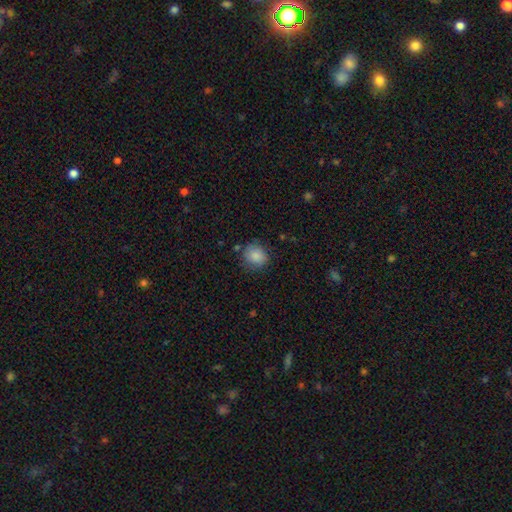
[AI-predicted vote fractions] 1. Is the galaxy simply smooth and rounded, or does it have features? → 86% smooth, 8% star or artifact, 6% featured or disk.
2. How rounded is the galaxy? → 78% round, 21% in between, 1% cigar-shaped.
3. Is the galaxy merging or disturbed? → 77% none, 16% minor disturbance, 4% major disturbance, 2% merger.